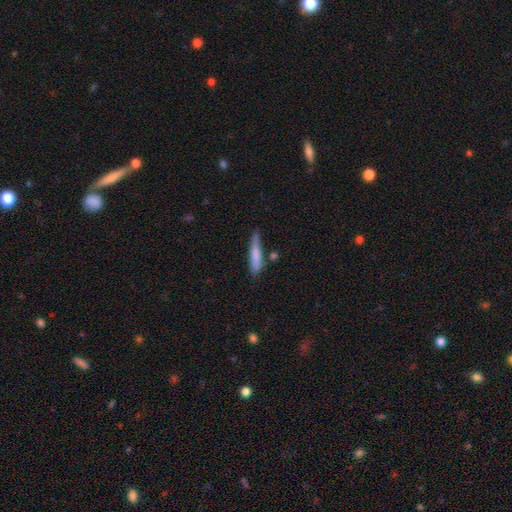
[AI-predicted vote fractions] This appears to be a smooth galaxy with no disk features (77%) that is cigar-shaped (82%). Merging: none (56%).